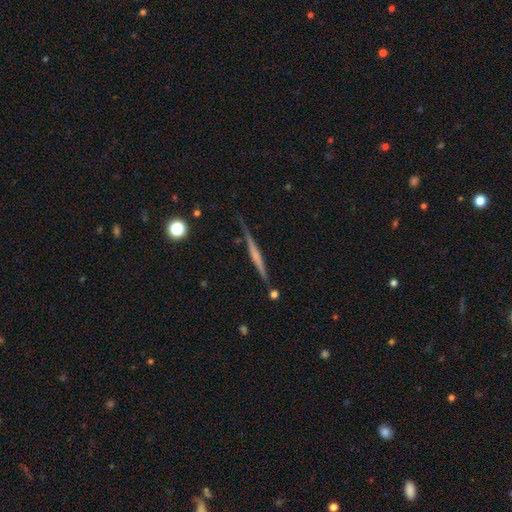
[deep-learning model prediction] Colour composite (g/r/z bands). It shows a featured or disk galaxy (63%) viewed edge-on (97%) with no central bulge (62%). Merging: none (80%).